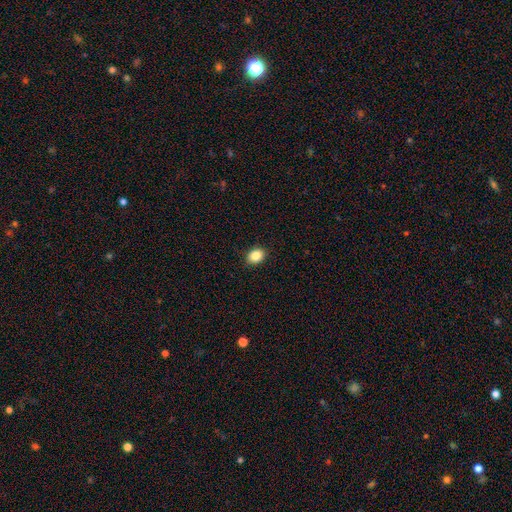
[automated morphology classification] Smooth or featured: smooth — 86% (star or artifact — 9%)
How rounded: in between — 63% (round — 35%)
Merging: none — 90% (minor disturbance — 8%)